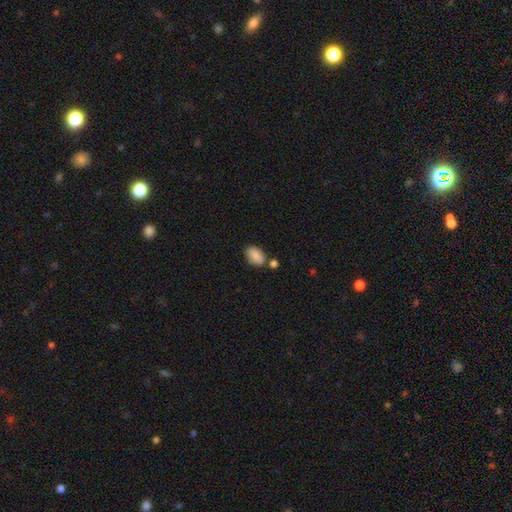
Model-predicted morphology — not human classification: type=smooth (84%); roundness=in between (90%); merging=none (68%).